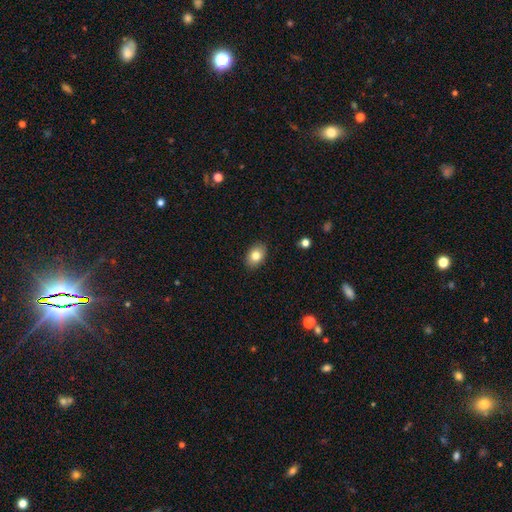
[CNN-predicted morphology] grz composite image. It shows a smooth galaxy with no disk features (82%) that is in between round and cigar-shaped (79%). Merging: none (89%).